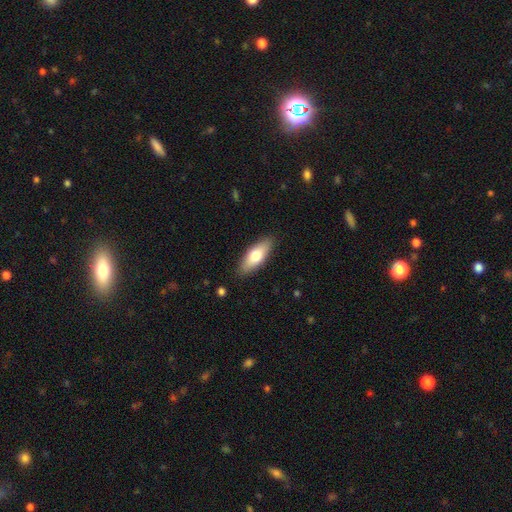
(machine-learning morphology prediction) Smooth or featured? Predicted: smooth (p=0.71). How rounded? Predicted: in between (p=0.68). Merging? Predicted: none (p=0.88).